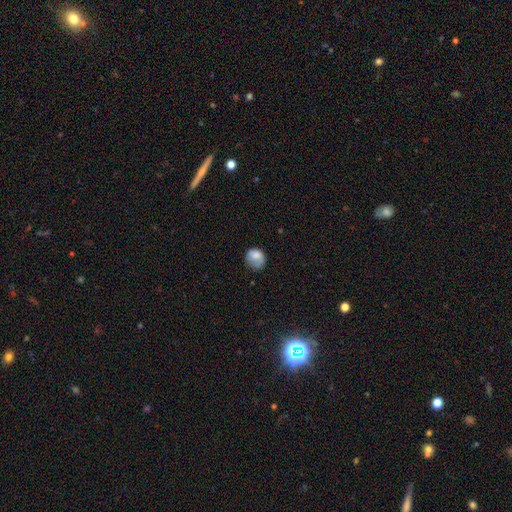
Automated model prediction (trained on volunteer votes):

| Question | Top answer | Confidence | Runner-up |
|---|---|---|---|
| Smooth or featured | smooth | 75% | featured or disk (16%) |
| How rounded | round | 66% | in between (33%) |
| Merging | none | 45% | minor disturbance (32%) |